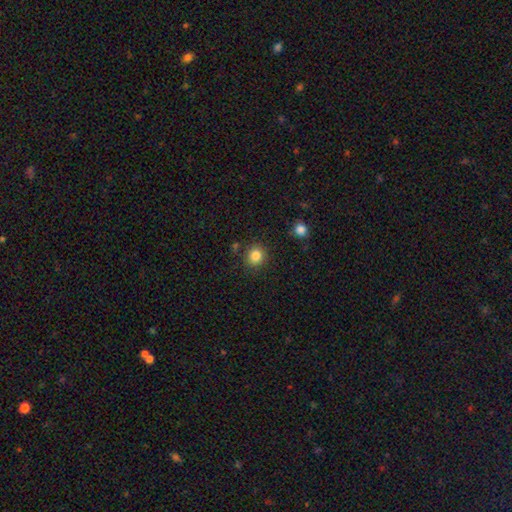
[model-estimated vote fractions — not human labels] Smooth or featured: smooth — 84% (star or artifact — 11%)
How rounded: round — 86% (in between — 13%)
Merging: none — 85% (minor disturbance — 9%)